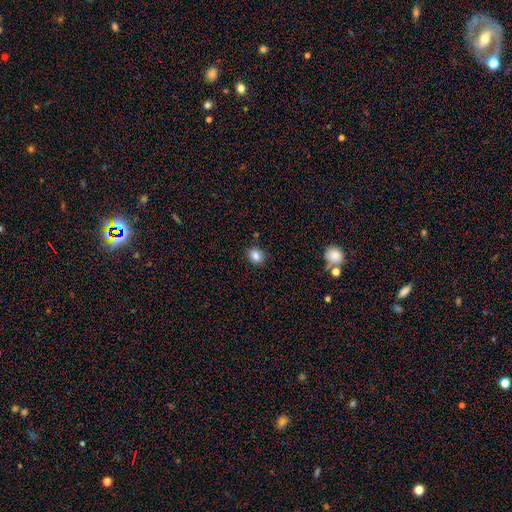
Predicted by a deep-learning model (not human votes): Q: Smooth or featured?
A: smooth (84%); runner-up: star or artifact (11%)
Q: How rounded?
A: round (69%); runner-up: in between (30%)
Q: Merging?
A: none (87%); runner-up: minor disturbance (9%)